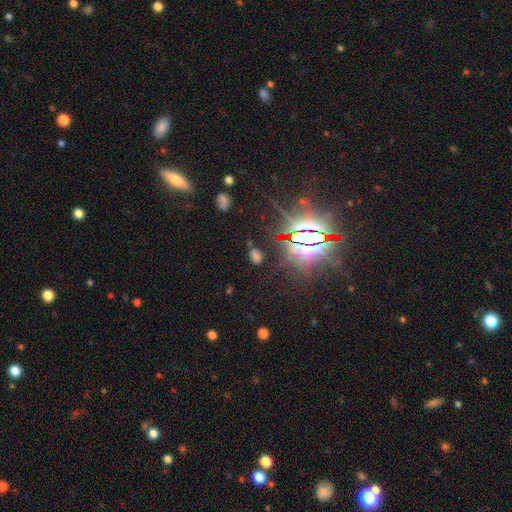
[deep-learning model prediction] This is possibly a smooth galaxy (48%). Merging: likely none (73%).